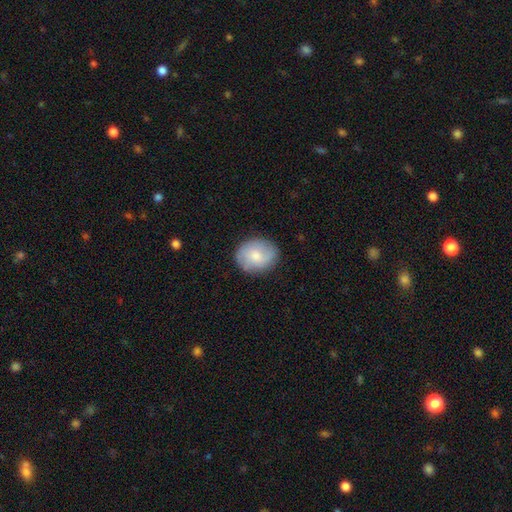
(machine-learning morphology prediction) This is likely a smooth galaxy (67%). How rounded: likely round (64%). Merging: clearly none (84%).